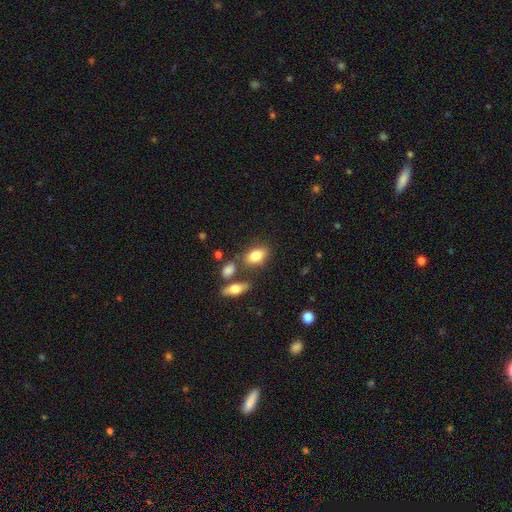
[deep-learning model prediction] The model was most divided on "merging": none: 68%, merger: 15%, minor disturbance: 13%, major disturbance: 4%. More confident: how rounded — in between (87%); smooth or featured — smooth (81%).